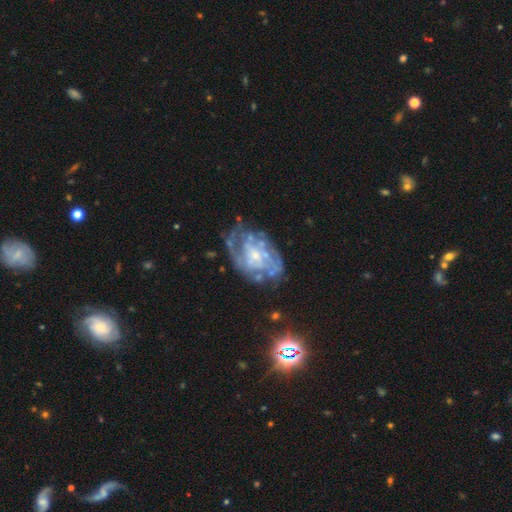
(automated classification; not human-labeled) smooth-or-featured: featured or disk: 81% | smooth: 12% | star or artifact: 7%
  disk-edge-on: no: 97% | yes: 3%
    bar: no: 67% | weak: 28% | strong: 6%
    has-spiral-arms: yes: 72% | no: 28%
      spiral-winding: tight: 48% | medium: 36% | loose: 16%
      spiral-arm-count: can't tell: 52% | 2: 22% | 3: 11% | 1: 6% | 4: 6% | more than 4: 4%
    bulge-size: small: 61% | moderate: 26% | none: 9% | large: 3% | dominant: 1%
  merging: none: 52% | minor disturbance: 23% | major disturbance: 20% | merger: 5%